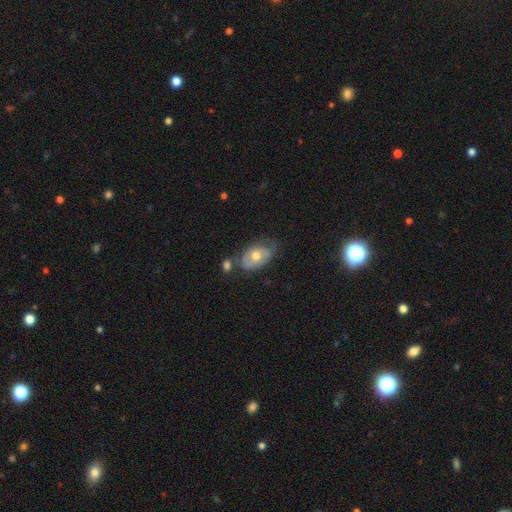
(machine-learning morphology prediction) Smooth or featured?
  - smooth: 47% *
  - featured or disk: 46%
  - star or artifact: 7%
Merging?
  - none: 45% *
  - minor disturbance: 29%
  - merger: 14%
  - major disturbance: 12%